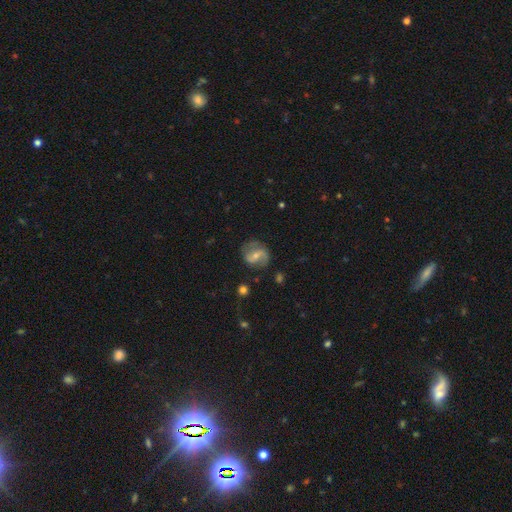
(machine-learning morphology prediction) Smooth or featured: featured or disk — 70% (smooth — 23%)
Edge-on disk: no — 96% (yes — 4%)
Bar: weak — 42% (strong — 35%)
Spiral arms: yes — 86% (no — 14%)
Spiral winding: loose — 42% (medium — 41%)
Spiral arm count: 2 — 85% (can't tell — 7%)
Bulge size: small — 51% (moderate — 42%)
Merging: none — 73% (minor disturbance — 17%)